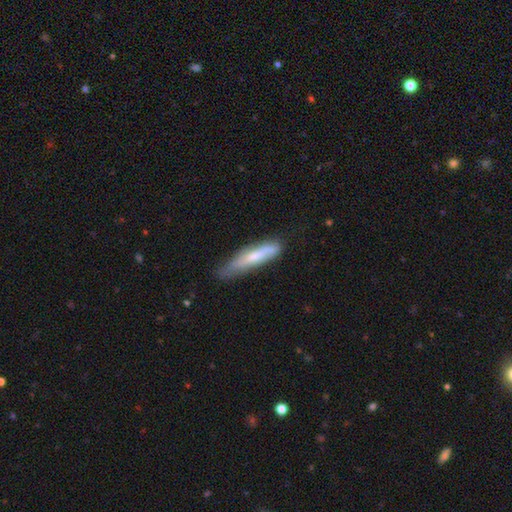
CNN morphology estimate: Smooth or featured? smooth (59%)
How rounded? cigar-shaped (82%)
Merging? none (53%)